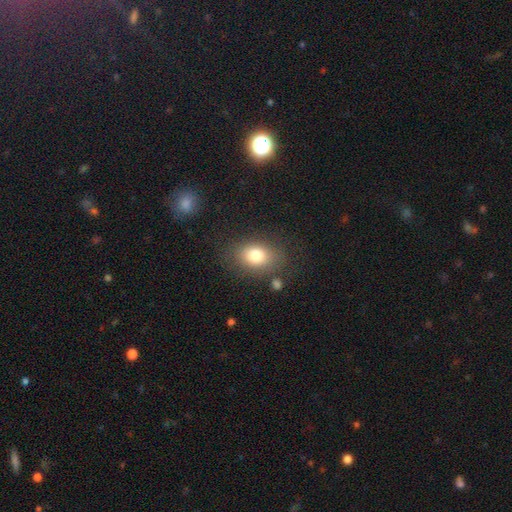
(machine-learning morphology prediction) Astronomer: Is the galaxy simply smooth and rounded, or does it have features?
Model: smooth — 80%.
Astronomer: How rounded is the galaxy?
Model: in between — 69%.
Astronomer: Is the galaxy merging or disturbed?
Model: none — 78%.